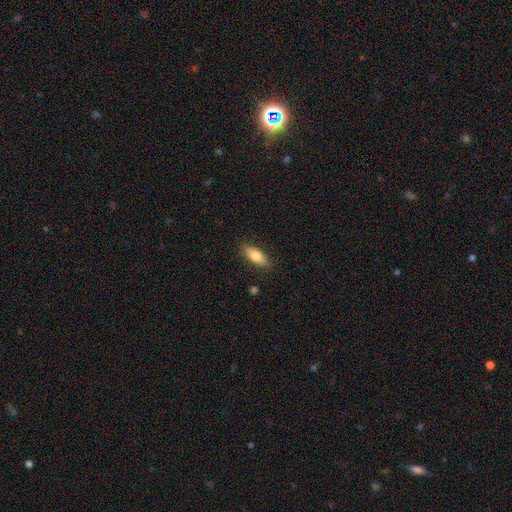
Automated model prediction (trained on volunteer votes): Q: Smooth or featured?
A: smooth (77%); runner-up: featured or disk (17%)
Q: How rounded?
A: in between (80%); runner-up: cigar-shaped (17%)
Q: Merging?
A: none (84%); runner-up: minor disturbance (12%)